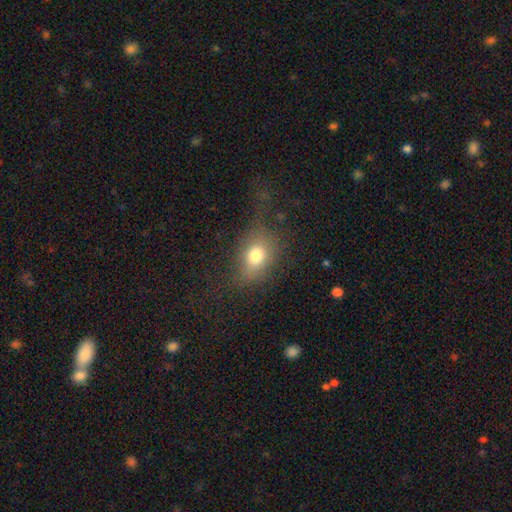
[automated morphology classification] A smooth galaxy with no disk features (75%) that is in between round and cigar-shaped (64%).

Vote fractions:
- Smooth or featured? smooth: 75% / featured or disk: 13% / star or artifact: 12%
- How rounded? in between: 64% / round: 34% / cigar-shaped: 2%
- Merging? none: 56% / minor disturbance: 21% / major disturbance: 20% / merger: 3%